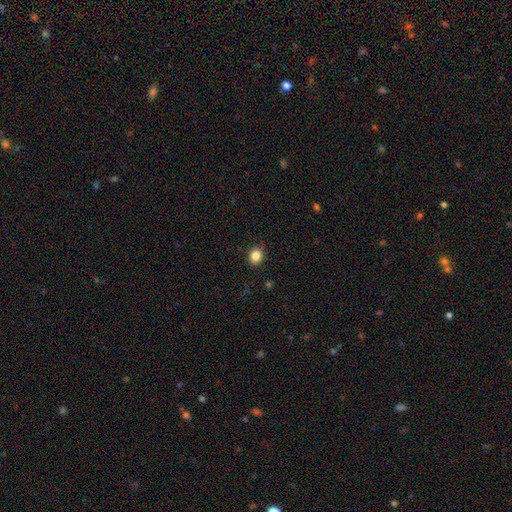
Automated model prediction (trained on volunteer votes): Smooth or featured: smooth — 84% (star or artifact — 11%)
How rounded: round — 67% (in between — 32%)
Merging: none — 87% (minor disturbance — 10%)